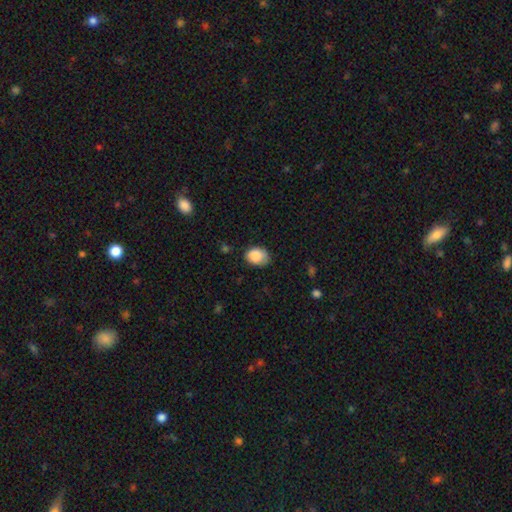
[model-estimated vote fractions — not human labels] smooth 88%, star or artifact 7%, featured or disk 5%. Down the decision tree: how rounded — in between (69%); merging — none (69%).